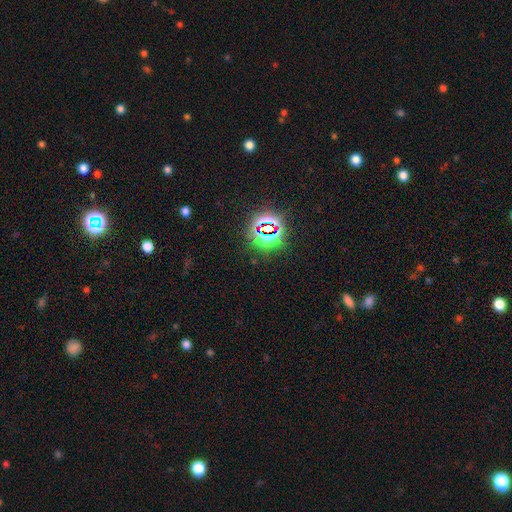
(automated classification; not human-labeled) Smooth or featured: star or artifact — 79% (smooth — 14%)